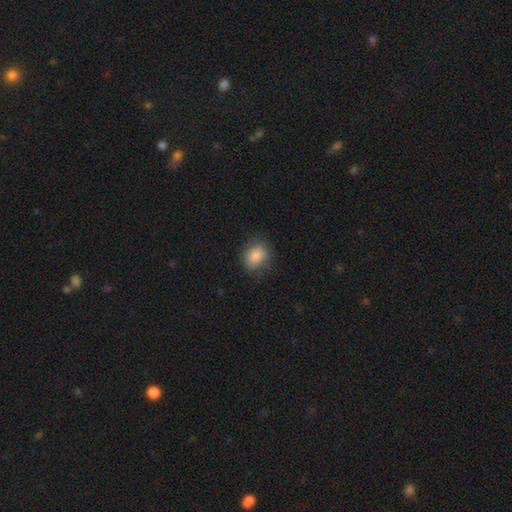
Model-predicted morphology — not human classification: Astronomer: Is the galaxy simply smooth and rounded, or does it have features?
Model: smooth — 82%.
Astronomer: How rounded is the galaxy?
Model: round — 58% (runner-up: in between, 41%).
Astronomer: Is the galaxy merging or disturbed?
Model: none — 77%.